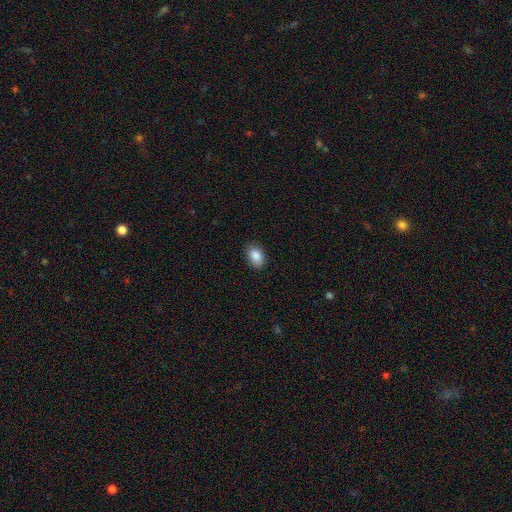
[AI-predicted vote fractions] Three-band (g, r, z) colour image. It shows a smooth galaxy with no disk features (88%) that is in between round and cigar-shaped (82%). Merging: none (86%).